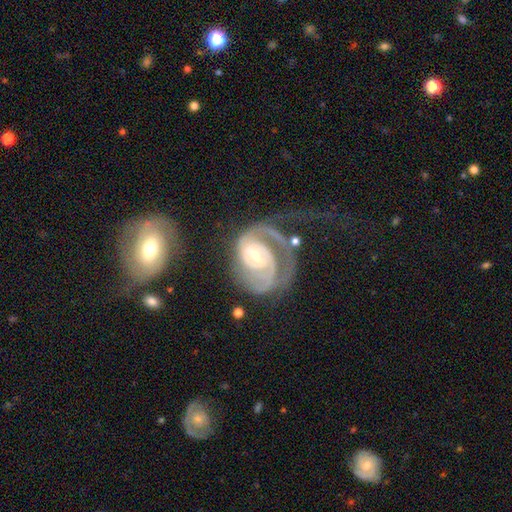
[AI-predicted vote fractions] Smooth or featured?
  - featured or disk: 88% *
  - smooth: 7%
  - star or artifact: 5%
Edge-on disk?
  - no: 98% *
  - yes: 2%
Bar?
  - weak: 48% *
  - no: 36%
  - strong: 16%
Spiral arms?
  - yes: 95% *
  - no: 5%
Spiral winding?
  - tight: 54% *
  - medium: 34%
  - loose: 12%
Spiral arm count?
  - 2: 45% *
  - 1: 22%
  - can't tell: 16%
  - 3: 10%
  - 4: 4%
  - more than 4: 4%
Bulge size?
  - small: 49% *
  - moderate: 43%
  - large: 5%
  - none: 2%
  - dominant: 1%
Merging?
  - major disturbance: 46% *
  - none: 29%
  - minor disturbance: 17%
  - merger: 9%